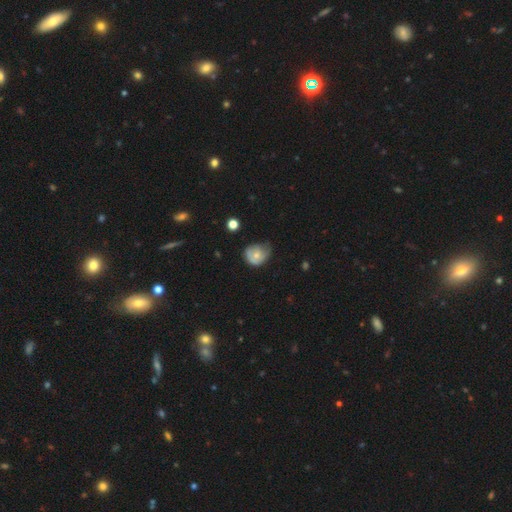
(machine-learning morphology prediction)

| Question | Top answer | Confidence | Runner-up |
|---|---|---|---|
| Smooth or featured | smooth | 58% | featured or disk (34%) |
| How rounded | round | 67% | in between (32%) |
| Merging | minor disturbance | 43% | none (35%) |